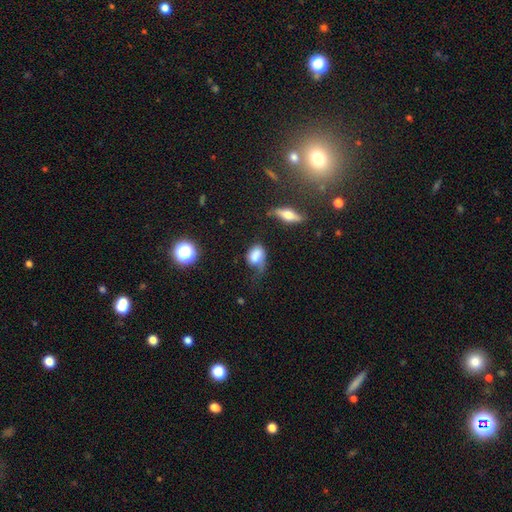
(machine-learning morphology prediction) A smooth galaxy with no disk features (66%) that is in between round and cigar-shaped (72%). Merging: major disturbance (37%).